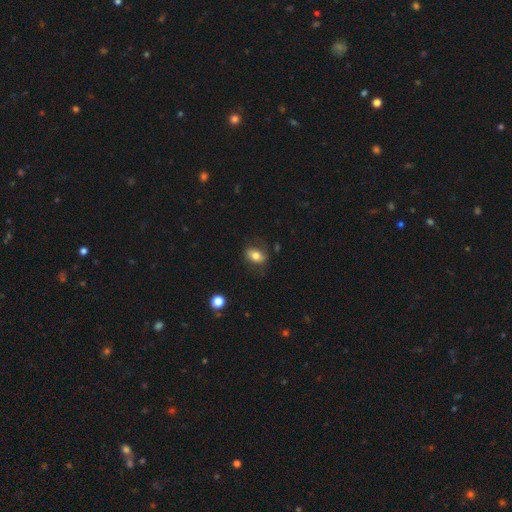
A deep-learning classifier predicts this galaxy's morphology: This appears to be a smooth galaxy with no disk features (75%) that is in between round and cigar-shaped (82%). Merging: none (77%).